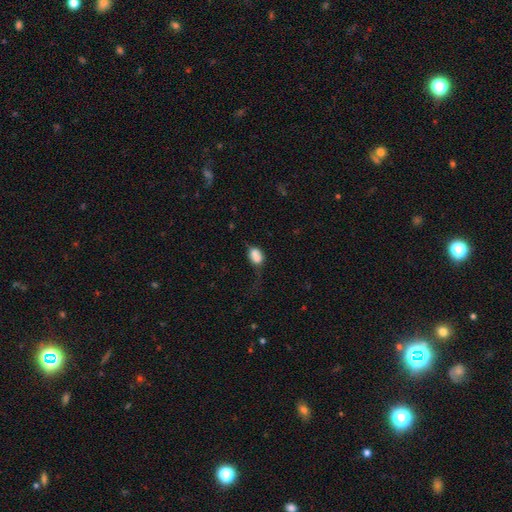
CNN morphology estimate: smooth_or_featured: smooth (p=0.77) [alt: featured or disk p=0.13]
how_rounded: in between (p=0.71) [alt: round p=0.27]
merging: merger (p=0.27) [alt: none p=0.26]